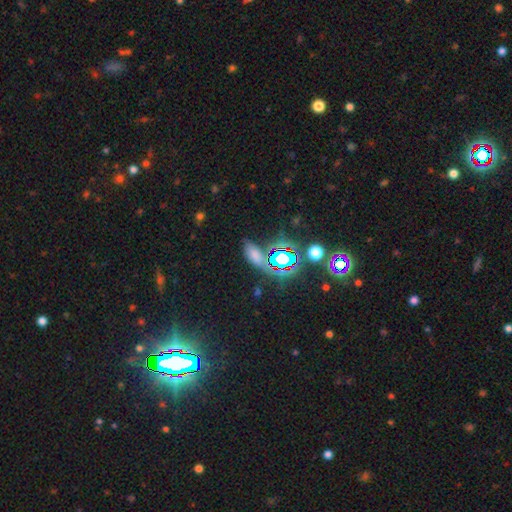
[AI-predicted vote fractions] smooth 55%, star or artifact 35%, featured or disk 10%. Down the decision tree: how rounded — in between (79%); merging — none (69%).